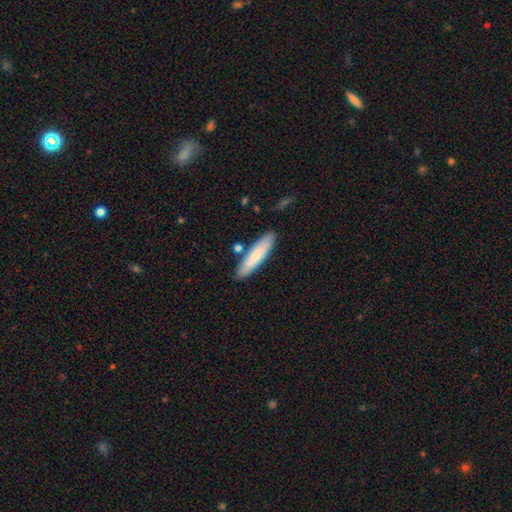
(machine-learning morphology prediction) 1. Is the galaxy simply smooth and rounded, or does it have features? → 77% smooth, 17% featured or disk, 6% star or artifact.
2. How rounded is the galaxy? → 77% cigar-shaped, 21% in between, 1% round.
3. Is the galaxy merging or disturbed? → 84% none, 10% minor disturbance, 4% merger, 2% major disturbance.